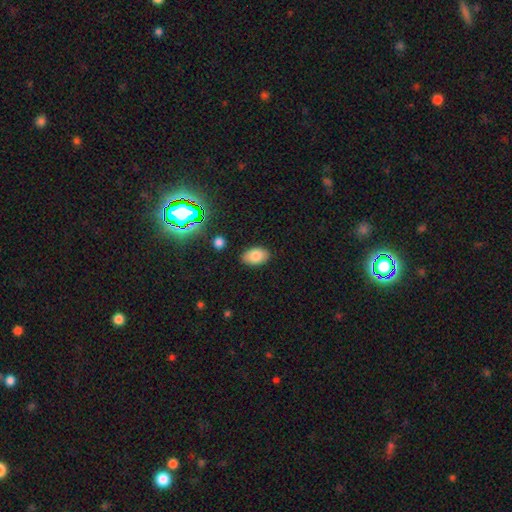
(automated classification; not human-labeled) This appears to be a smooth galaxy with no disk features (80%) that is in between round and cigar-shaped (91%). Merging: none (85%).